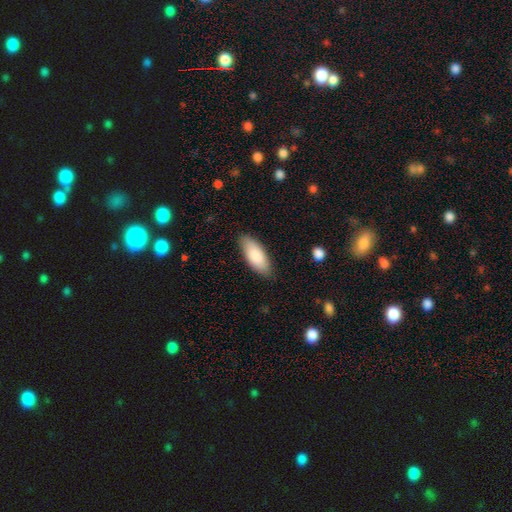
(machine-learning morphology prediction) Smooth or featured?
  - smooth: 85% *
  - featured or disk: 10%
  - star or artifact: 5%
How rounded?
  - in between: 79% *
  - cigar-shaped: 19%
  - round: 2%
Merging?
  - none: 85% *
  - minor disturbance: 12%
  - major disturbance: 2%
  - merger: 1%